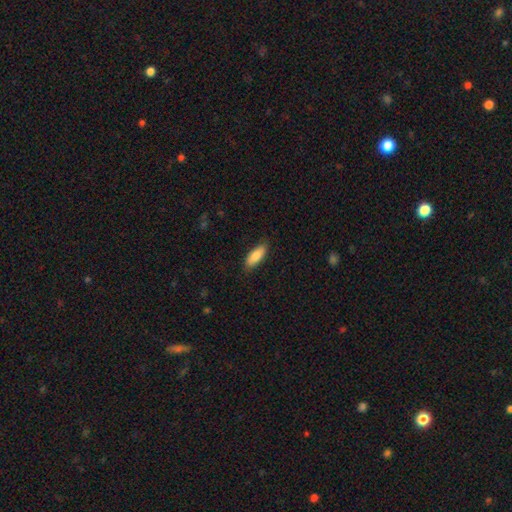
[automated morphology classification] Smooth or featured: smooth — 83% (featured or disk — 11%)
How rounded: in between — 71% (cigar-shaped — 27%)
Merging: none — 84% (minor disturbance — 12%)